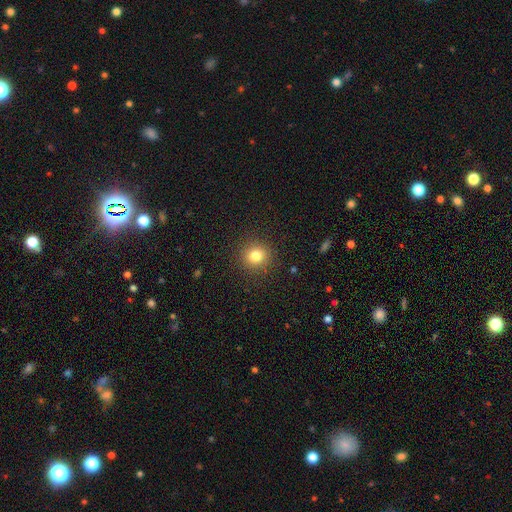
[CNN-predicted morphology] Smooth or featured? Predicted: smooth (p=0.80). How rounded? Predicted: round (p=0.91). Merging? Predicted: none (p=0.90).